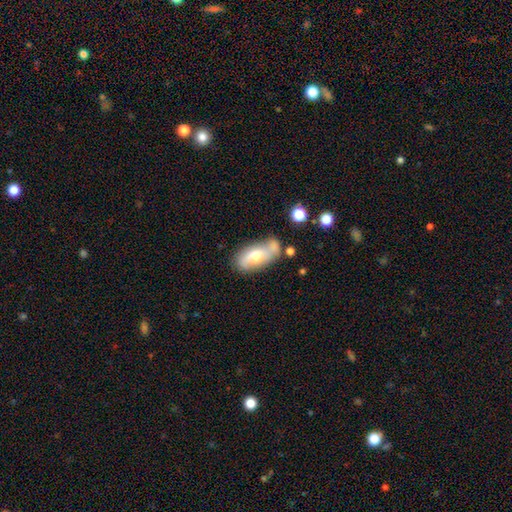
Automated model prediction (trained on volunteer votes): smooth_or_featured: smooth (p=0.50) [alt: featured or disk p=0.42]
how_rounded: in between (p=0.88) [alt: cigar-shaped p=0.07]
merging: none (p=0.50) [alt: minor disturbance p=0.26]